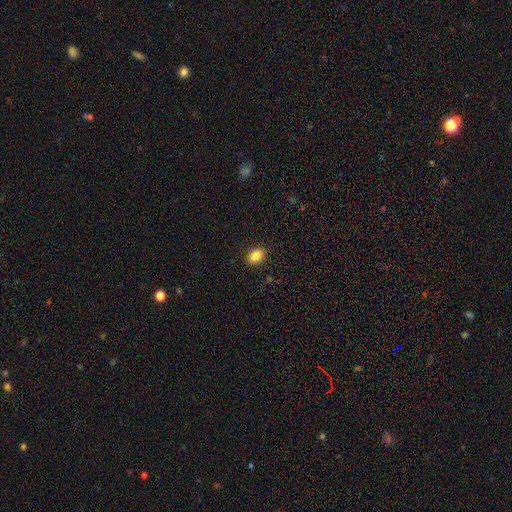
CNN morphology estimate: type=smooth (87%); roundness=in between (80%); merging=none (89%).